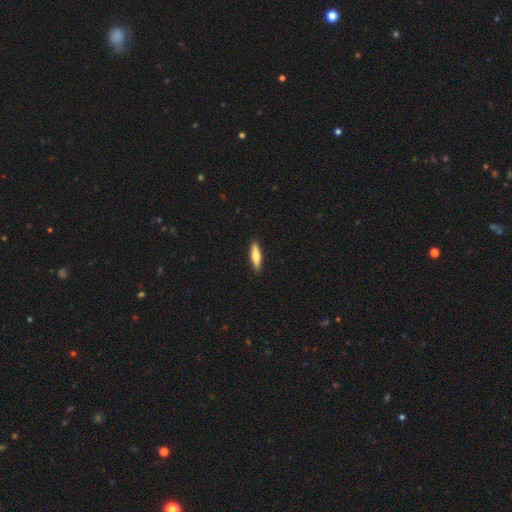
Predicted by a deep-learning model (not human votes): The model was most divided on "smooth or featured": smooth: 63%, featured or disk: 32%, star or artifact: 6%. More confident: merging — none (90%); how rounded — cigar-shaped (73%).